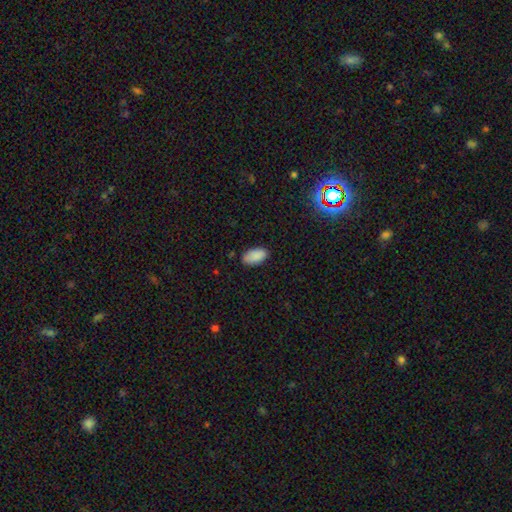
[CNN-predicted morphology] A smooth galaxy with no disk features (88%) that is in between round and cigar-shaped (95%).

Vote fractions:
- Smooth or featured? smooth: 88% / star or artifact: 8% / featured or disk: 4%
- How rounded? in between: 95% / round: 3% / cigar-shaped: 2%
- Merging? none: 82% / minor disturbance: 14% / major disturbance: 3% / merger: 1%